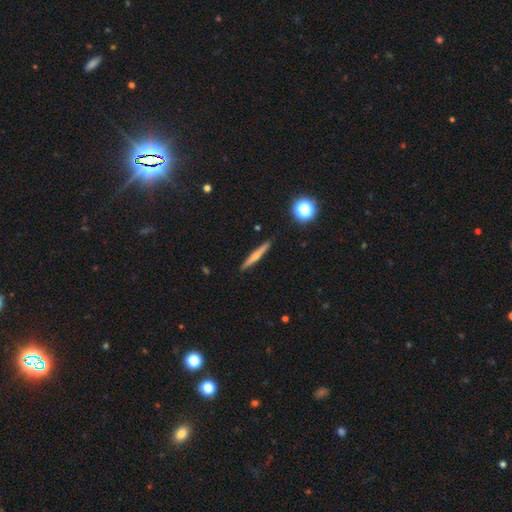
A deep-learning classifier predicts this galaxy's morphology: Smooth or featured: featured or disk — 53% (smooth — 39%)
Edge-on disk: yes — 97% (no — 3%)
Edge-on bulge: rounded — 71% (none — 24%)
Merging: none — 90% (minor disturbance — 7%)